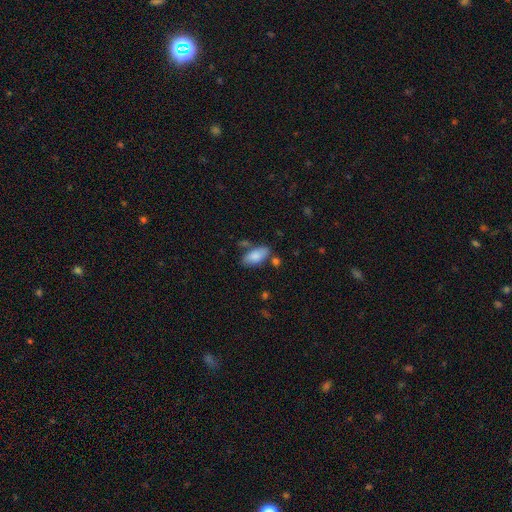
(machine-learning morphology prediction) The model was most divided on "merging": none: 68%, minor disturbance: 18%, merger: 9%, major disturbance: 5%. More confident: how rounded — in between (89%); smooth or featured — smooth (83%).